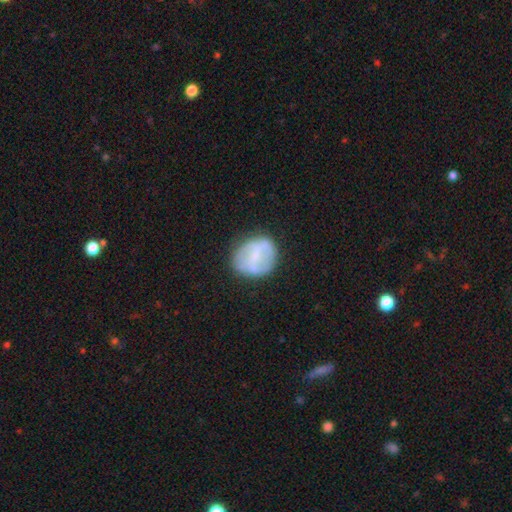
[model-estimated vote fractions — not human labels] Smooth or featured? Predicted: smooth (p=0.48). Merging? Predicted: none (p=0.70).